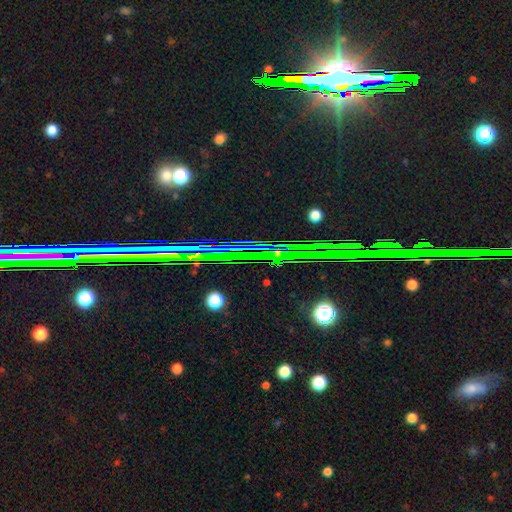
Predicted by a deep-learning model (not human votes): Smooth or featured? star or artifact (81%)